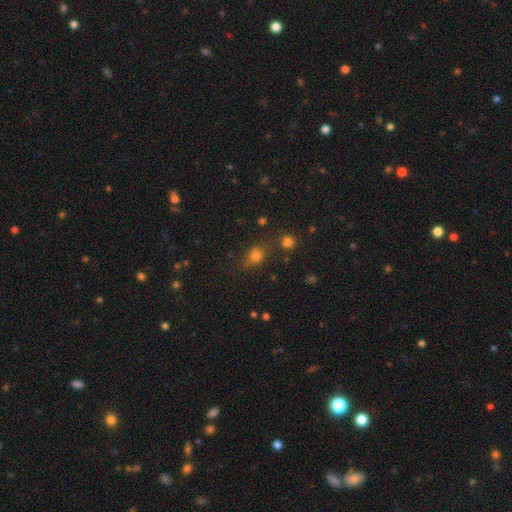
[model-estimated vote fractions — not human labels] smooth-or-featured: smooth: 73% | star or artifact: 18% | featured or disk: 10%
  how-rounded: in between: 51% | round: 46% | cigar-shaped: 3%
  merging: none: 65% | minor disturbance: 19% | merger: 9% | major disturbance: 7%